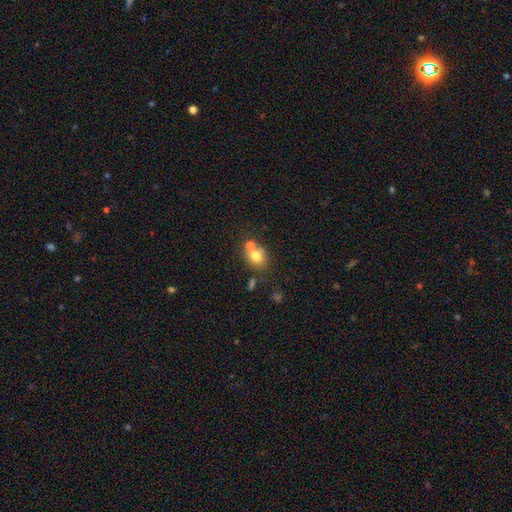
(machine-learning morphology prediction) The model was most divided on "how rounded": round: 57%, in between: 42%, cigar-shaped: 1%. More confident: smooth or featured — smooth (74%); merging — none (52%).